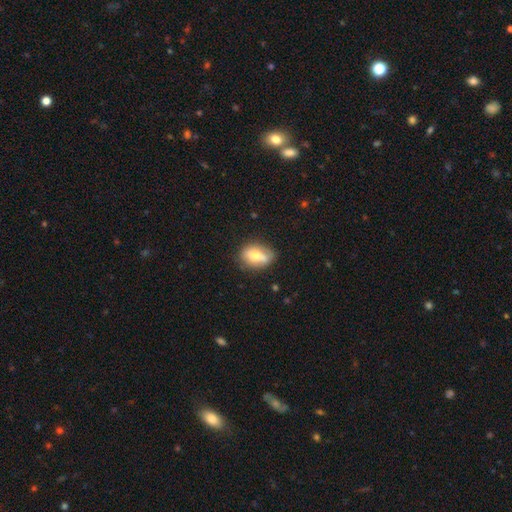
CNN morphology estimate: This is likely a smooth galaxy (66%). How rounded: likely in between (77%). Merging: likely none (62%).